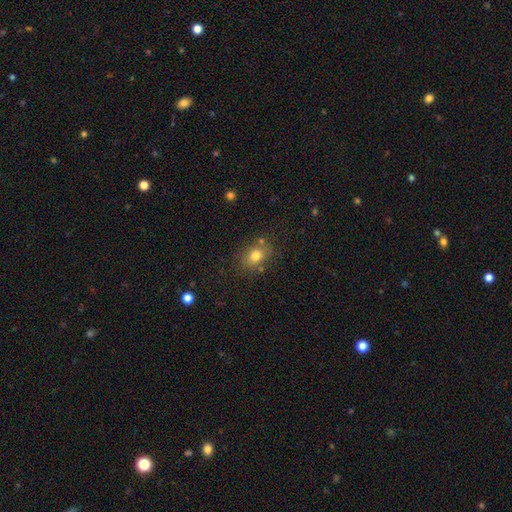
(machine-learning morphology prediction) Q: Smooth or featured?
A: smooth (77%); runner-up: star or artifact (12%)
Q: How rounded?
A: in between (58%); runner-up: round (41%)
Q: Merging?
A: none (75%); runner-up: minor disturbance (14%)